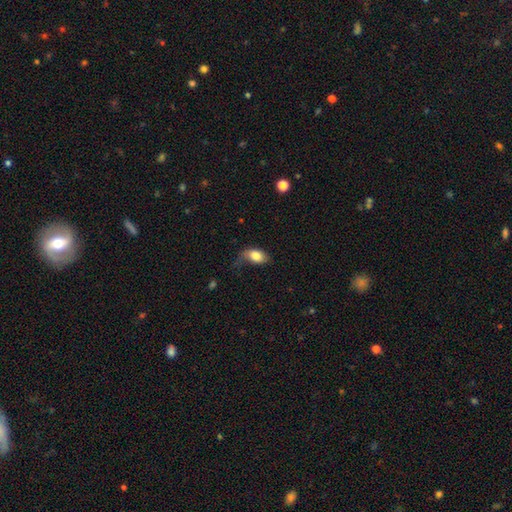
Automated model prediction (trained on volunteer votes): smooth 77%, featured or disk 16%, star or artifact 7%. Down the decision tree: how rounded — in between (87%); merging — major disturbance (34%).